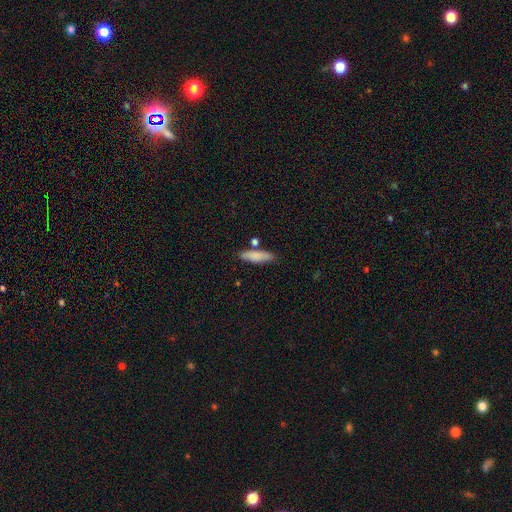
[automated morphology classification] type=smooth (82%); roundness=cigar-shaped (61%); merging=none (74%).